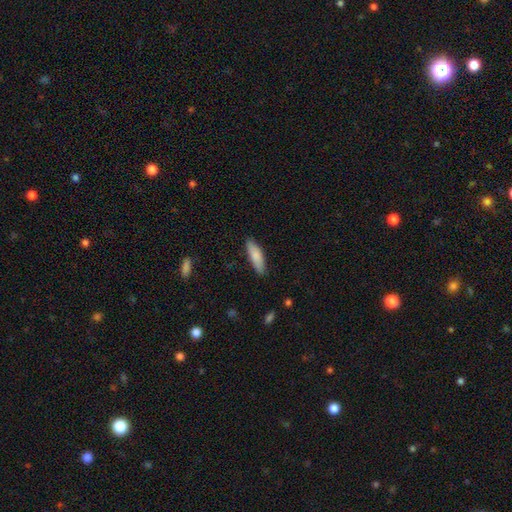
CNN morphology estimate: smooth_or_featured: smooth (p=0.83) [alt: featured or disk p=0.12]
how_rounded: cigar-shaped (p=0.54) [alt: in between p=0.45]
merging: none (p=0.85) [alt: minor disturbance p=0.12]